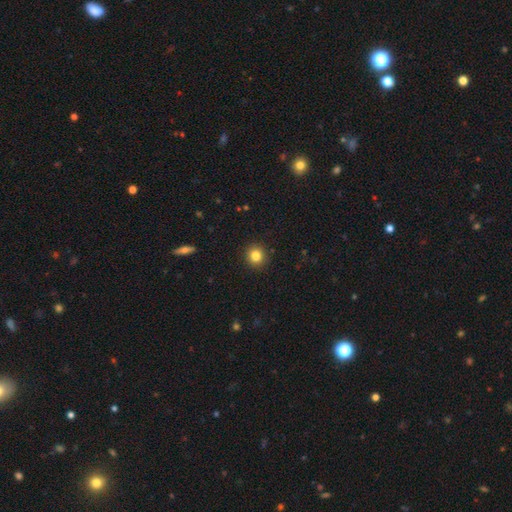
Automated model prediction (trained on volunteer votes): Smooth or featured? Predicted: smooth (p=0.83). How rounded? Predicted: round (p=0.92). Merging? Predicted: none (p=0.92).